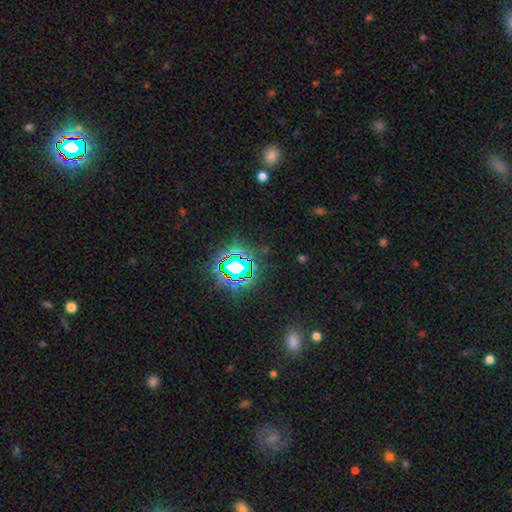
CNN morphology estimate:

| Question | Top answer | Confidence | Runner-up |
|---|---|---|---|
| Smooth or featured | star or artifact | 79% | smooth (14%) |